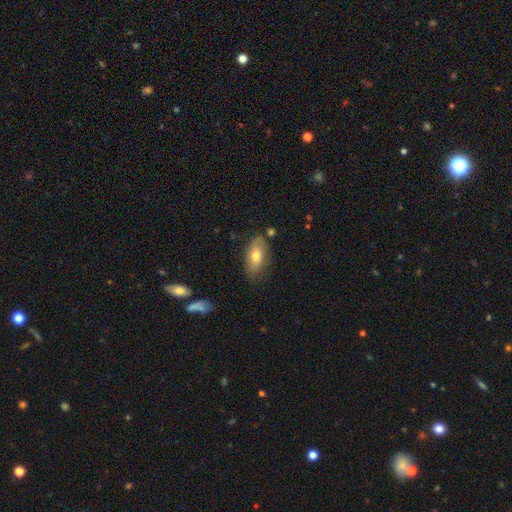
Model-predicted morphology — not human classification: Overall: smooth (69%). How rounded: in between (88%). Merging: none (73%).